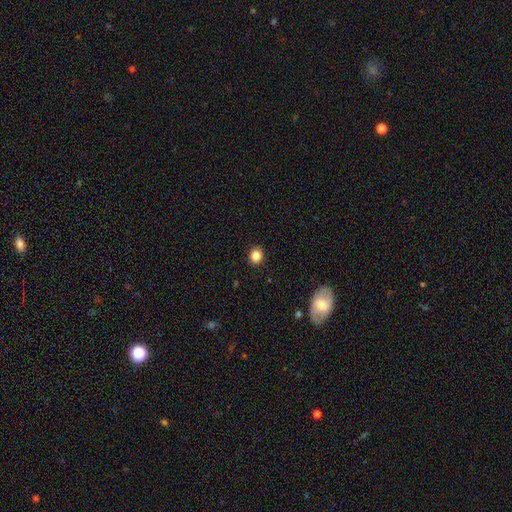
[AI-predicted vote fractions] Smooth or featured: smooth — 84% (star or artifact — 11%)
How rounded: round — 80% (in between — 20%)
Merging: none — 91% (minor disturbance — 6%)